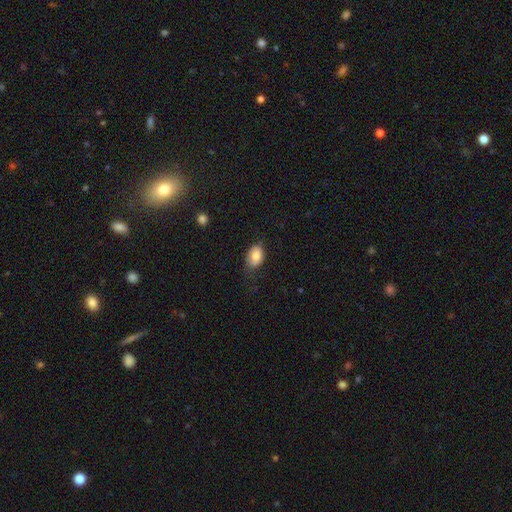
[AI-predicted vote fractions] This is clearly a smooth galaxy (82%). How rounded: clearly in between (85%). Merging: likely none (61%).